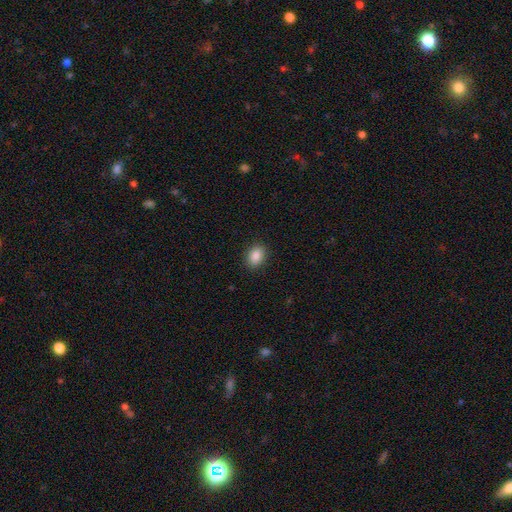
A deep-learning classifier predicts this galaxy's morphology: A smooth galaxy with no disk features (88%) that is in between round and cigar-shaped (72%).

Vote fractions:
- Smooth or featured? smooth: 88% / star or artifact: 8% / featured or disk: 4%
- How rounded? in between: 72% / round: 27% / cigar-shaped: 1%
- Merging? none: 90% / minor disturbance: 7% / major disturbance: 2% / merger: 1%